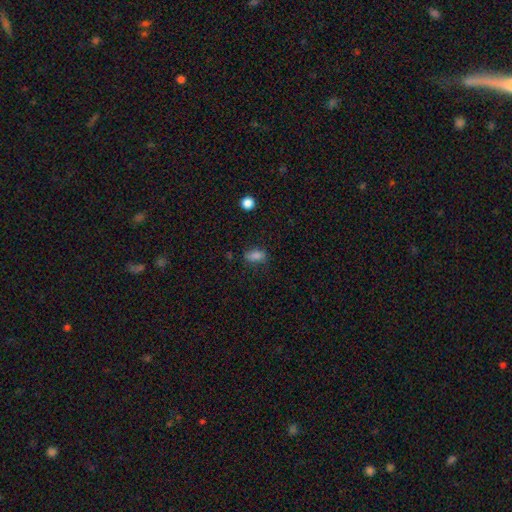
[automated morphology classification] Smooth or featured?
  - smooth: 82% *
  - star or artifact: 11%
  - featured or disk: 7%
How rounded?
  - in between: 84% *
  - round: 10%
  - cigar-shaped: 6%
Merging?
  - none: 73% *
  - minor disturbance: 19%
  - major disturbance: 5%
  - merger: 2%